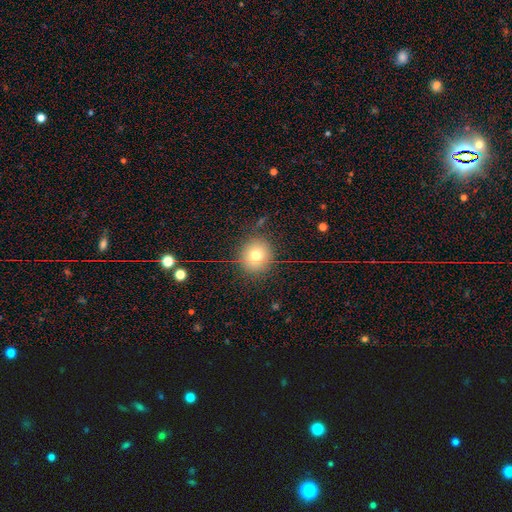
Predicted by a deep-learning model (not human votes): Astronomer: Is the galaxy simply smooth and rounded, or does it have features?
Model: smooth — 73%.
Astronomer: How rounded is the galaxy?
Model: round — 89%.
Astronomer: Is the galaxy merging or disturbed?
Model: none — 85%.